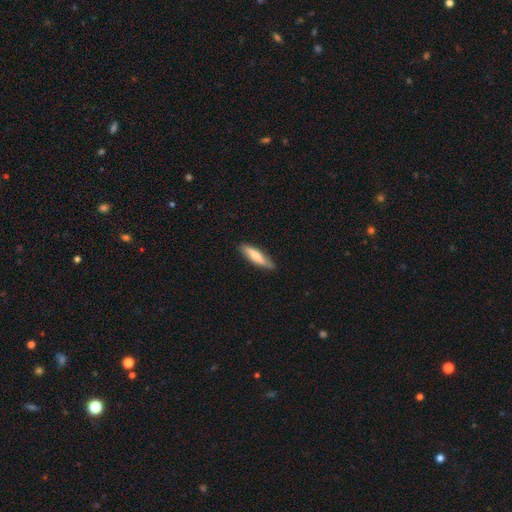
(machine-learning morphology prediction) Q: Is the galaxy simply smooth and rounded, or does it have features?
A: smooth — 69%.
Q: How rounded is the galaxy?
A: cigar-shaped — 79%.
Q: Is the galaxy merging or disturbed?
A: none — 83%.